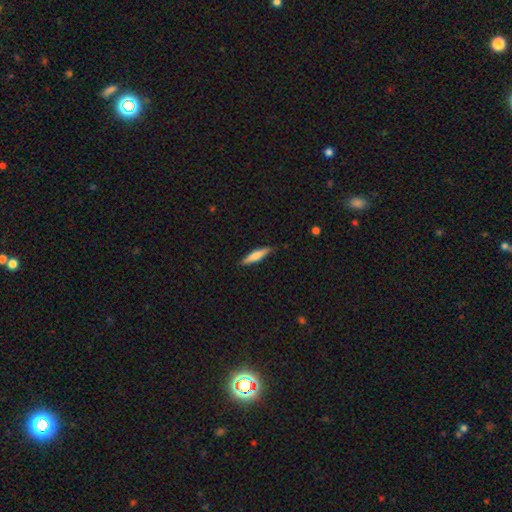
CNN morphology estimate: Smooth or featured? Predicted: smooth (p=0.63). How rounded? Predicted: cigar-shaped (p=0.84). Merging? Predicted: none (p=0.87).